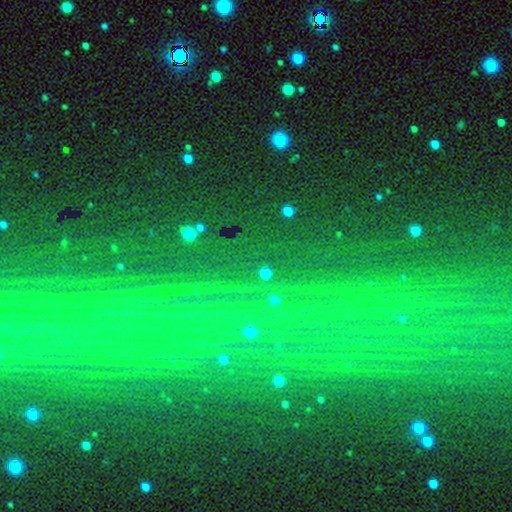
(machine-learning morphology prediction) star or artifact 83%, smooth 9%, featured or disk 9%.